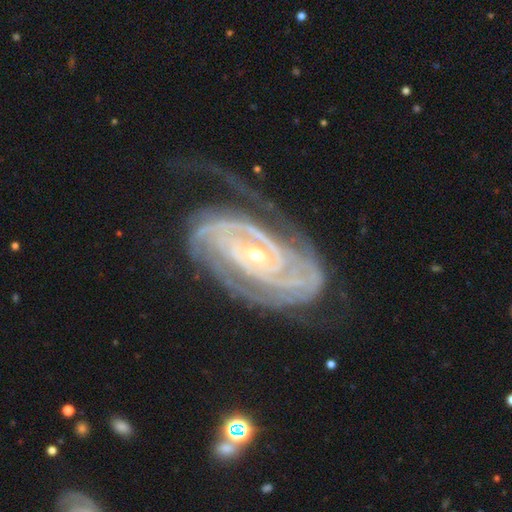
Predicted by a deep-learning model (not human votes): The model was most divided on "bar": no: 48%, weak: 29%, strong: 23%. Remaining: spiral arms — yes (98%); edge-on disk — no (96%); smooth or featured — featured or disk (92%); spiral winding — tight (80%); bulge size — small (71%); merging — none (57%); spiral arm count — 2 (43%).